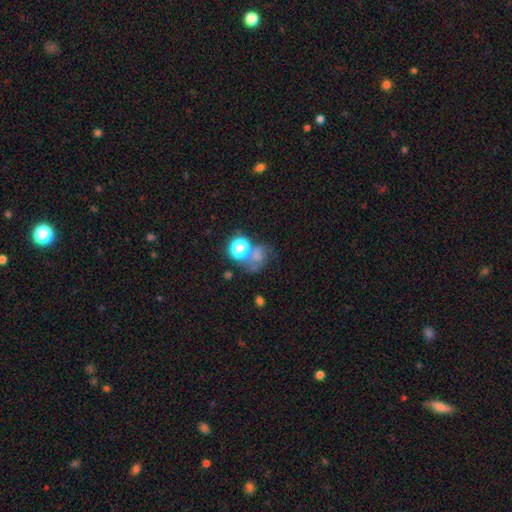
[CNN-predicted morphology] Smooth or featured: smooth — 54% (star or artifact — 28%)
How rounded: round — 64% (in between — 35%)
Merging: none — 40% (major disturbance — 24%)